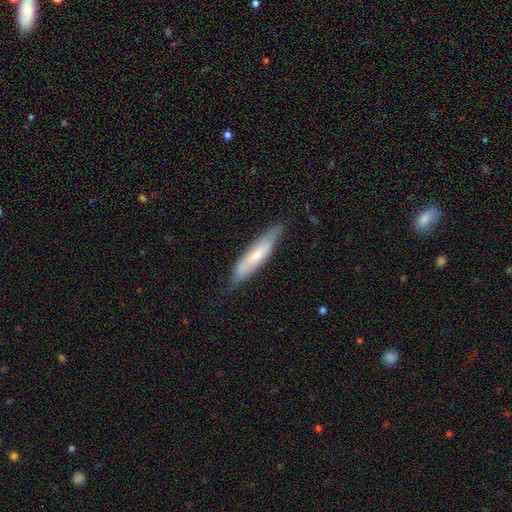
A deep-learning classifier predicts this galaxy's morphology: A smooth galaxy with no disk features (56%) that is cigar-shaped (82%). Merging: none (75%).